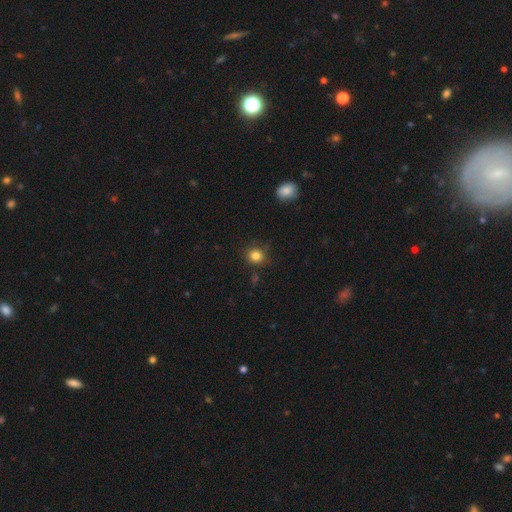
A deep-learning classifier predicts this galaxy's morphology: A smooth galaxy with no disk features (83%) that is round (86%). Merging: none (81%).